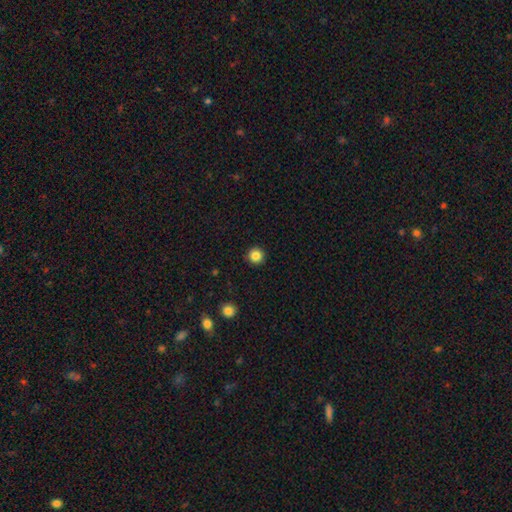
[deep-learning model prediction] smooth-or-featured: smooth: 85% | star or artifact: 11% | featured or disk: 4%
  how-rounded: round: 96% | in between: 3% | cigar-shaped: 1%
  merging: none: 93% | minor disturbance: 4% | major disturbance: 2% | merger: 1%